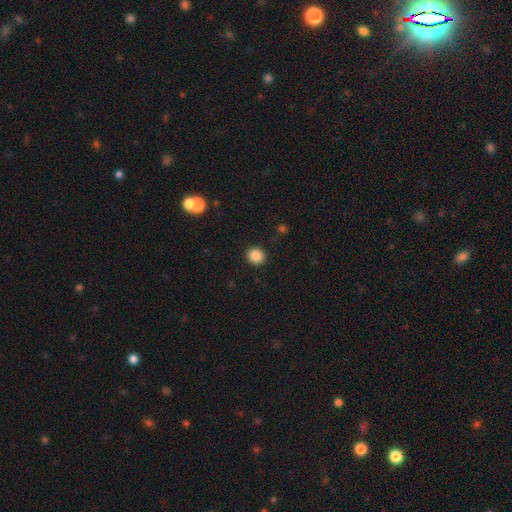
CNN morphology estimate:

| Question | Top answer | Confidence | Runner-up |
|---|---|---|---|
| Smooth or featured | smooth | 87% | star or artifact (10%) |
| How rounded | round | 81% | in between (18%) |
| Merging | none | 91% | minor disturbance (5%) |